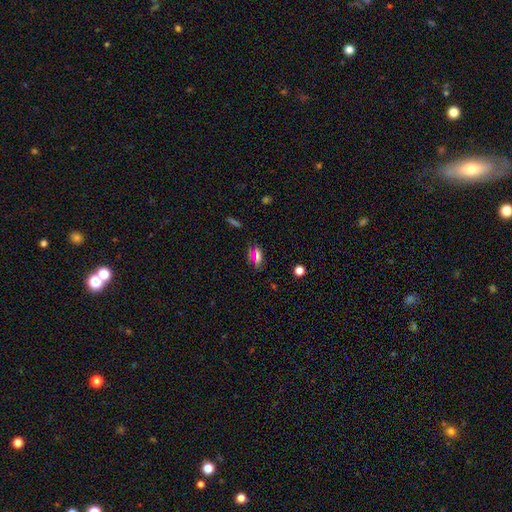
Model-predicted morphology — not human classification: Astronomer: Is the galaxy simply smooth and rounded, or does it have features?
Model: smooth — 58%.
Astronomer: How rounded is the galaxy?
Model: in between — 74%.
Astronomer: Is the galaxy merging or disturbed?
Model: none — 78%.